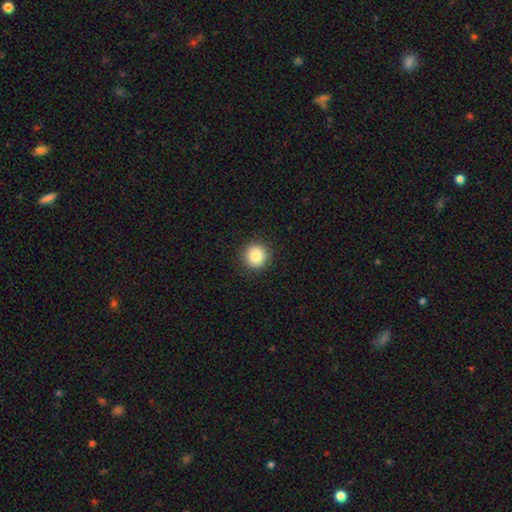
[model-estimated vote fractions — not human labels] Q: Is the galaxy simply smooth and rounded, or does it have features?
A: smooth — 86%.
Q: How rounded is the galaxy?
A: round — 95%.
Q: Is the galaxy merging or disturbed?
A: none — 92%.